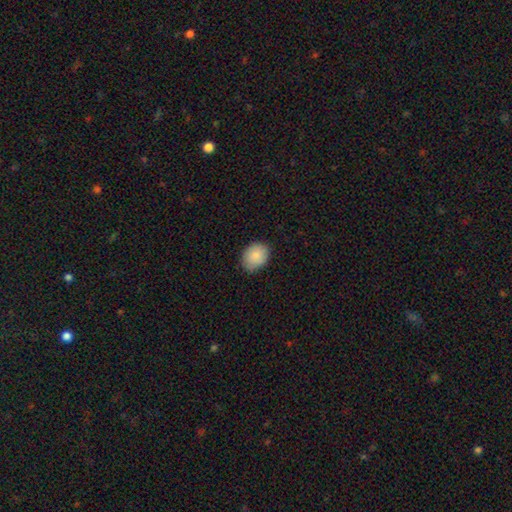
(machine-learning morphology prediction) smooth_or_featured: smooth (p=0.87) [alt: star or artifact p=0.07]
how_rounded: in between (p=0.56) [alt: round p=0.43]
merging: none (p=0.78) [alt: minor disturbance p=0.19]